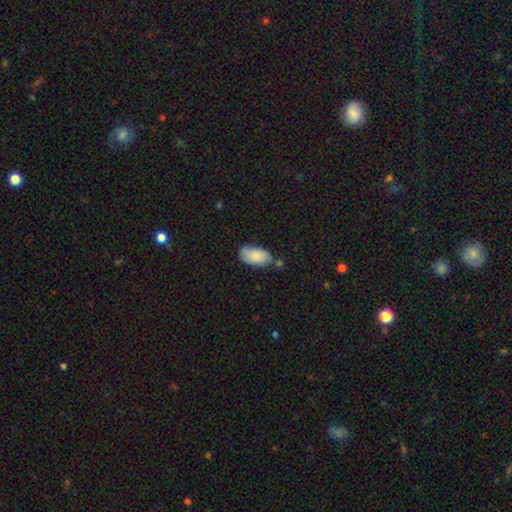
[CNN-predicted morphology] The model was most divided on "merging": none: 64%, minor disturbance: 24%, merger: 8%, major disturbance: 5%. More confident: how rounded — in between (94%); smooth or featured — smooth (81%).